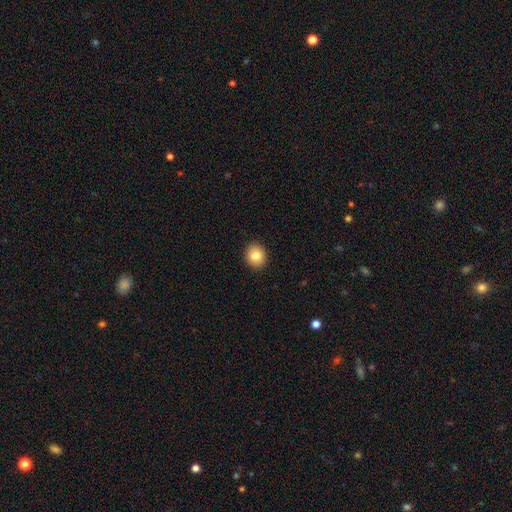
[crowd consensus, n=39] A smooth galaxy with no disk features (82%) that is round (66%).

Vote fractions:
- Smooth or featured? smooth: 82% / featured or disk: 10% / star or artifact: 8%
- How rounded? round: 66% / in between: 34% / cigar-shaped: 0%
- Merging? none: 94% / minor disturbance: 6% / major disturbance: 0% / merger: 0%